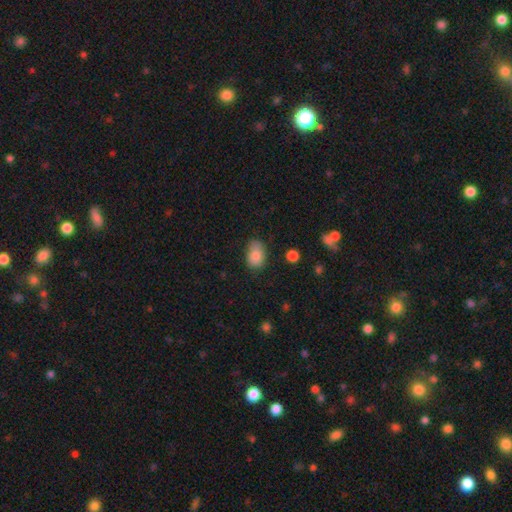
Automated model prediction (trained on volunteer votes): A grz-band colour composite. It shows a smooth galaxy with no disk features (85%) that is in between round and cigar-shaped (80%). Merging: none (61%).